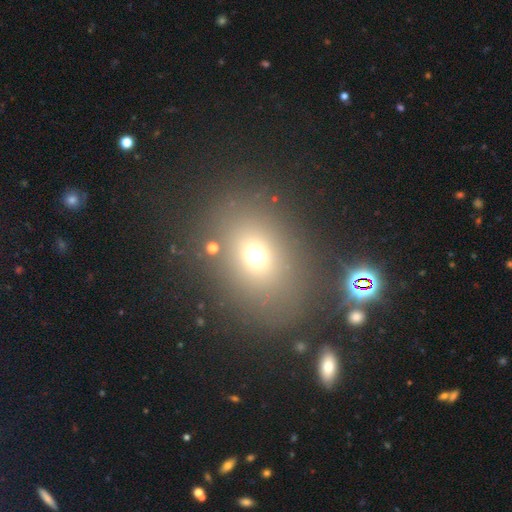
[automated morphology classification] Smooth or featured? Predicted: smooth (p=0.65). How rounded? Predicted: in between (p=0.53). Merging? Predicted: none (p=0.76).